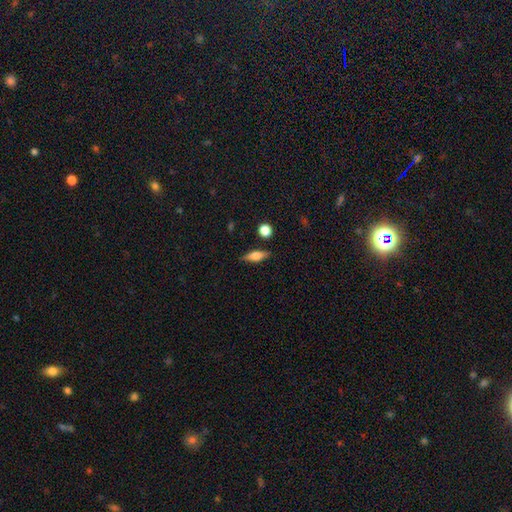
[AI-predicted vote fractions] smooth-or-featured: smooth: 59% | featured or disk: 33% | star or artifact: 8%
  how-rounded: in between: 55% | cigar-shaped: 40% | round: 5%
  merging: none: 83% | minor disturbance: 11% | merger: 3% | major disturbance: 3%